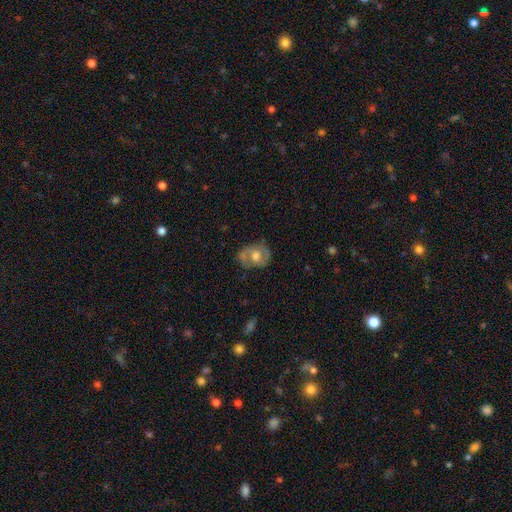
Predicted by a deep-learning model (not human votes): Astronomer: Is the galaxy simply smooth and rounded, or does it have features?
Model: featured or disk — 56% (runner-up: smooth, 37%).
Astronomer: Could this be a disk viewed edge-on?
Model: no — 96%.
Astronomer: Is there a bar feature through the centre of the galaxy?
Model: no — 72%.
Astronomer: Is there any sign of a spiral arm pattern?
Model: yes — 63%.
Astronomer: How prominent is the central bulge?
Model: moderate — 56% (runner-up: large, 31%).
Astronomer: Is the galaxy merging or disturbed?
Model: none — 62%.